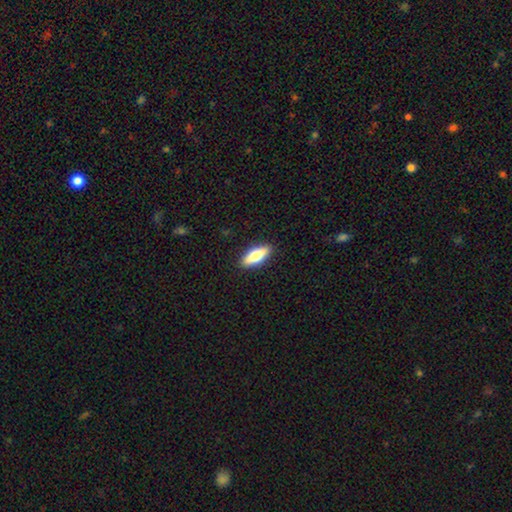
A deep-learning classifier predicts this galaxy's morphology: smooth-or-featured: smooth: 62% | featured or disk: 32% | star or artifact: 6%
  how-rounded: in between: 61% | cigar-shaped: 37% | round: 3%
  merging: none: 90% | minor disturbance: 7% | major disturbance: 2% | merger: 1%